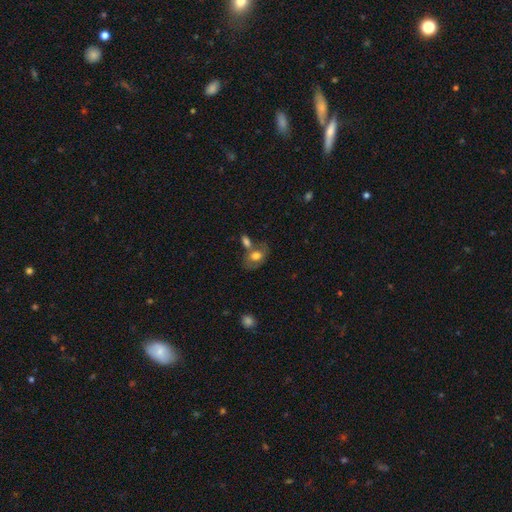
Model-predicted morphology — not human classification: Smooth or featured?
  - smooth: 69% *
  - featured or disk: 23%
  - star or artifact: 8%
How rounded?
  - in between: 82% *
  - round: 16%
  - cigar-shaped: 2%
Merging?
  - none: 40% *
  - merger: 36%
  - minor disturbance: 16%
  - major disturbance: 8%